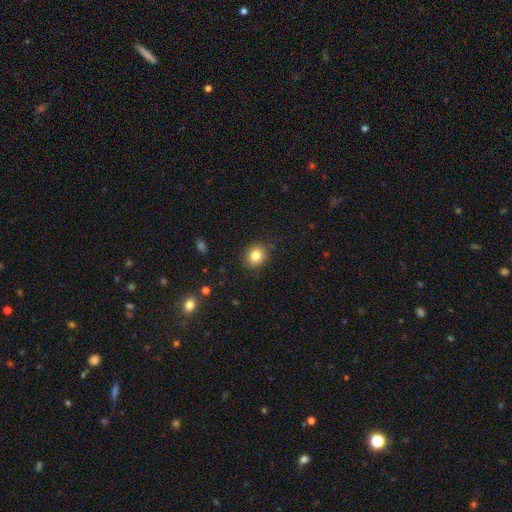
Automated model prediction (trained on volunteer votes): This is clearly a smooth galaxy (82%). How rounded: likely round (72%). Merging: clearly none (88%).